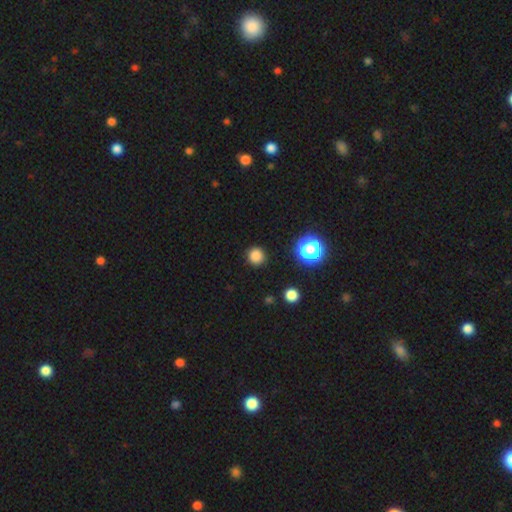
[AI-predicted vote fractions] A smooth galaxy with no disk features (82%) that is round (94%). Merging: none (90%).